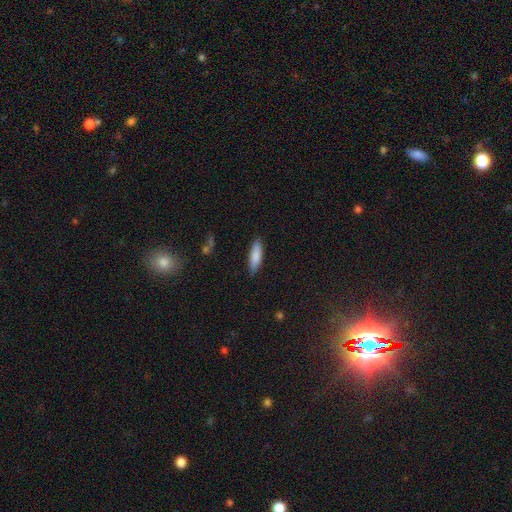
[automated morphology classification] The model was most divided on "how rounded": cigar-shaped: 61%, in between: 38%, round: 2%. More confident: merging — none (84%); smooth or featured — smooth (83%).